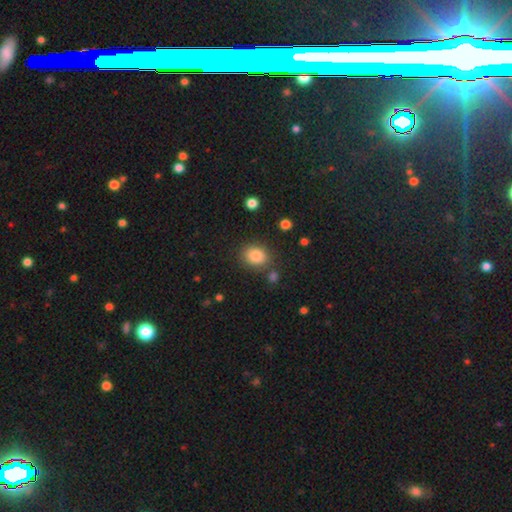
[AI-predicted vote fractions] A smooth galaxy with no disk features (85%) that is round (51%).

Vote fractions:
- Smooth or featured? smooth: 85% / star or artifact: 10% / featured or disk: 6%
- How rounded? round: 51% / in between: 48% / cigar-shaped: 1%
- Merging? none: 80% / minor disturbance: 11% / merger: 6% / major disturbance: 4%